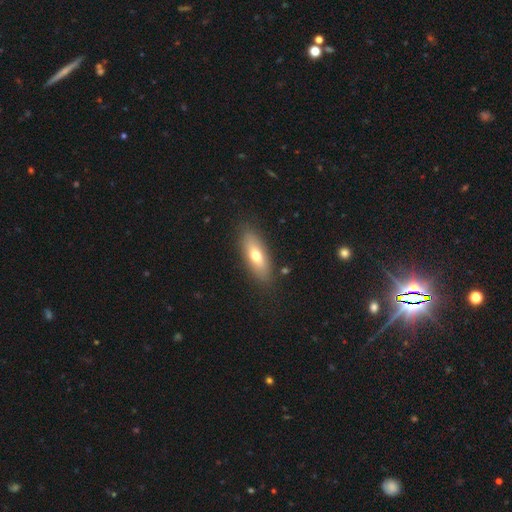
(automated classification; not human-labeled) A smooth galaxy with no disk features (65%) that is in between round and cigar-shaped (70%).

Vote fractions:
- Smooth or featured? smooth: 65% / featured or disk: 28% / star or artifact: 7%
- How rounded? in between: 70% / cigar-shaped: 27% / round: 3%
- Merging? none: 84% / minor disturbance: 11% / major disturbance: 3% / merger: 2%